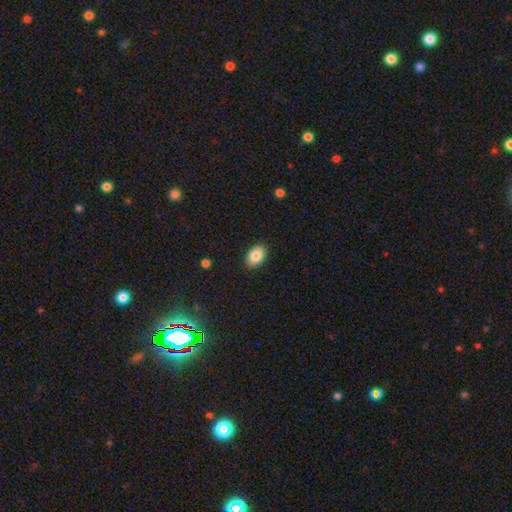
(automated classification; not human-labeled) smooth-or-featured: smooth: 86% | star or artifact: 8% | featured or disk: 6%
  how-rounded: in between: 86% | round: 13% | cigar-shaped: 1%
  merging: none: 89% | minor disturbance: 8% | major disturbance: 2% | merger: 1%